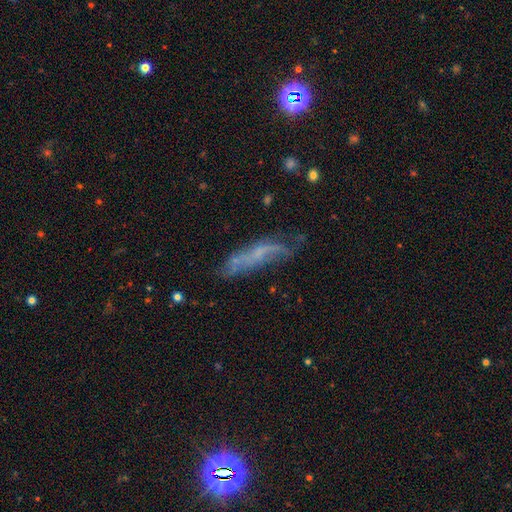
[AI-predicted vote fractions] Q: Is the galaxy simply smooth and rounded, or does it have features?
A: featured or disk — 48%.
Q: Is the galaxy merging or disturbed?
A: none — 48%.